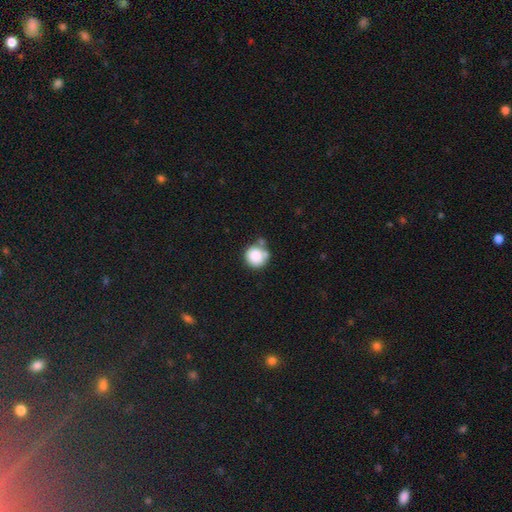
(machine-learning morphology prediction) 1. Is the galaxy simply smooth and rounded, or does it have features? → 85% smooth, 9% star or artifact, 6% featured or disk.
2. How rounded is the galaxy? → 91% round, 8% in between, 1% cigar-shaped.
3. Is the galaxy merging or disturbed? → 58% none, 18% minor disturbance, 18% merger, 6% major disturbance.